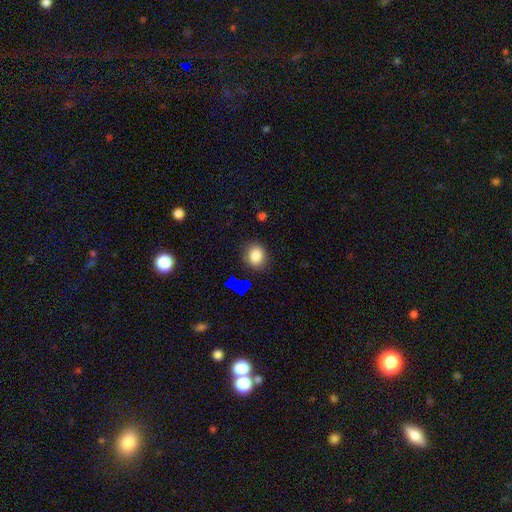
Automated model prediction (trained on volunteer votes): This appears to be a smooth galaxy with no disk features (83%) that is round (56%). Merging: none (77%).